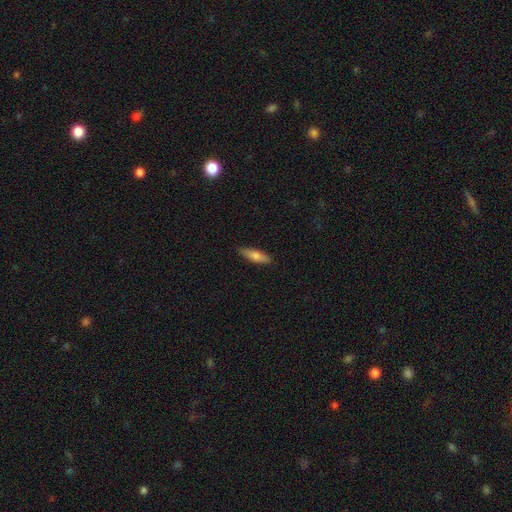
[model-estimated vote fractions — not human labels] smooth-or-featured: smooth: 70% | featured or disk: 24% | star or artifact: 6%
  how-rounded: cigar-shaped: 56% | in between: 42% | round: 2%
  merging: none: 87% | minor disturbance: 10% | major disturbance: 2% | merger: 1%